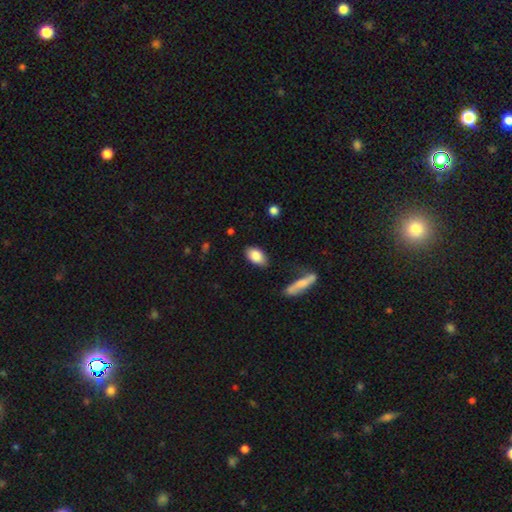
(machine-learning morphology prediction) Smooth or featured? smooth (85%)
How rounded? in between (91%)
Merging? none (82%)